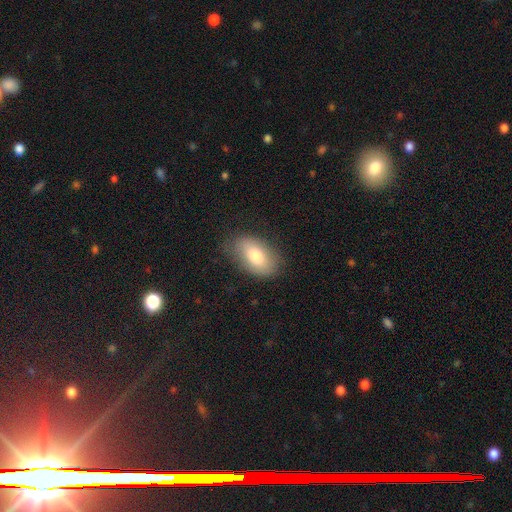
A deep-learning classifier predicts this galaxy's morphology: This appears to be a smooth galaxy with no disk features (74%) that is in between round and cigar-shaped (91%). Merging: none (73%).